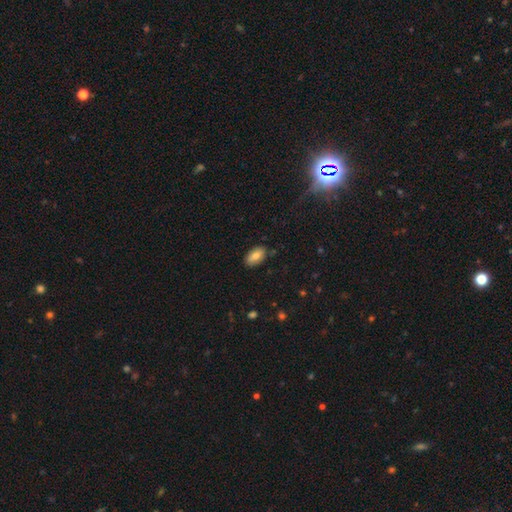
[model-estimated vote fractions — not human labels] A smooth galaxy with no disk features (78%) that is in between round and cigar-shaped (93%). Merging: none (85%).